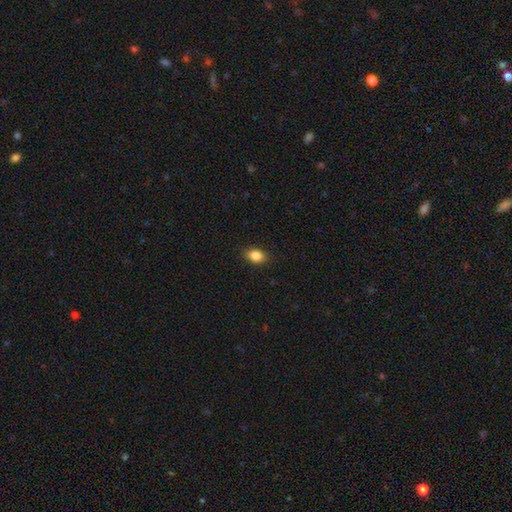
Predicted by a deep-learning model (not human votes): Smooth or featured: smooth — 86% (star or artifact — 9%)
How rounded: in between — 82% (round — 17%)
Merging: none — 88% (minor disturbance — 9%)